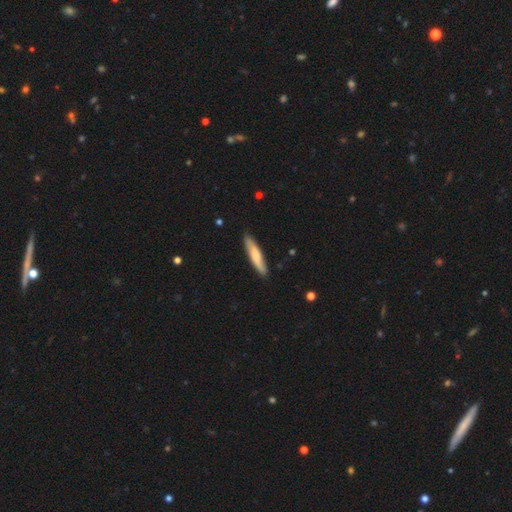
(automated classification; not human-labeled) A smooth galaxy with no disk features (65%) that is cigar-shaped (86%). Merging: none (86%).